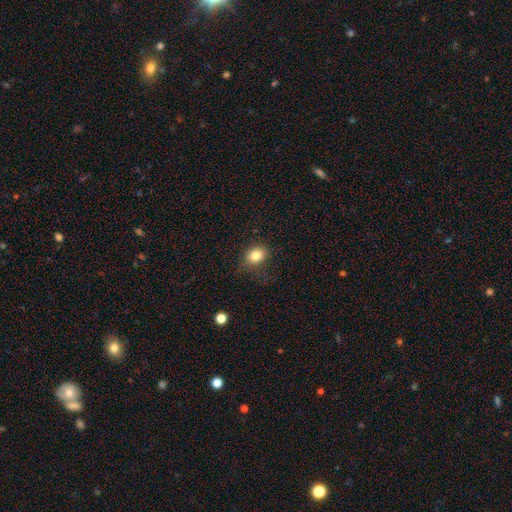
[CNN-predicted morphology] Overall: smooth (82%). How rounded: in between (52%; round 47%). Merging: none (74%).